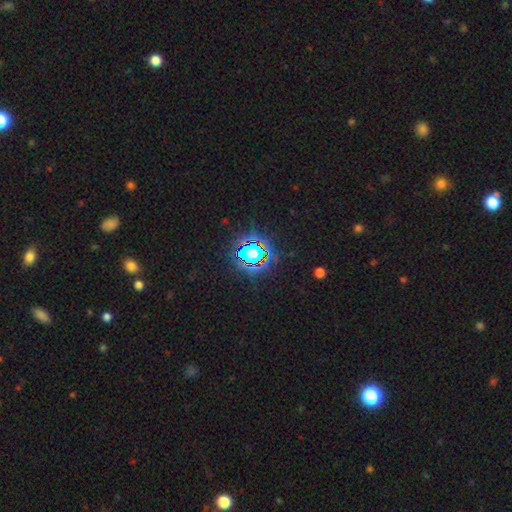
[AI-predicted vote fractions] Smooth or featured? Predicted: star or artifact (p=0.72).